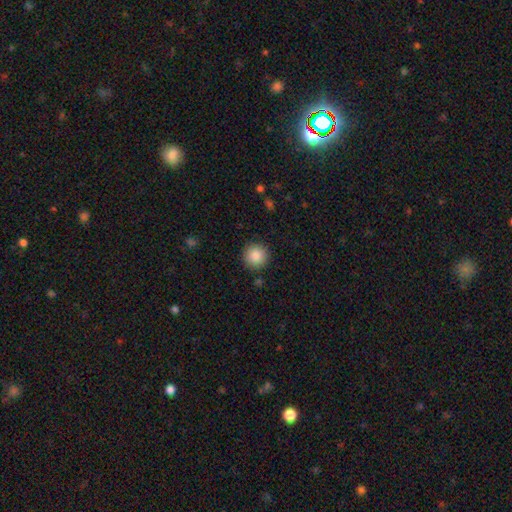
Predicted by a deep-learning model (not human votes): Morphology: type=smooth (86%); roundness=round (95%); merging=none (90%).